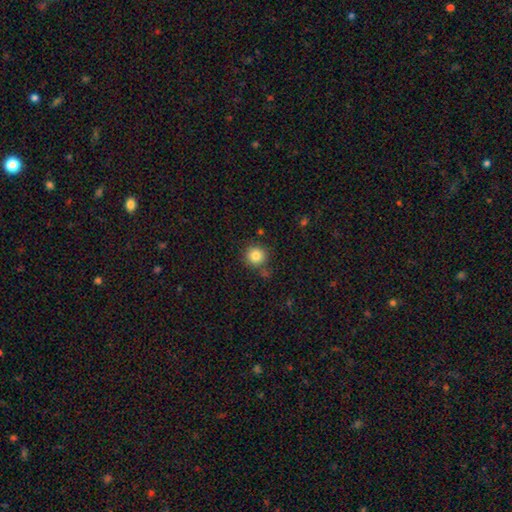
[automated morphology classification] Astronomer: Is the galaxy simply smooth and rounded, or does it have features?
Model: smooth — 83%.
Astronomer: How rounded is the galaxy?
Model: round — 93%.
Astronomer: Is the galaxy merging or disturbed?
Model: none — 78%.